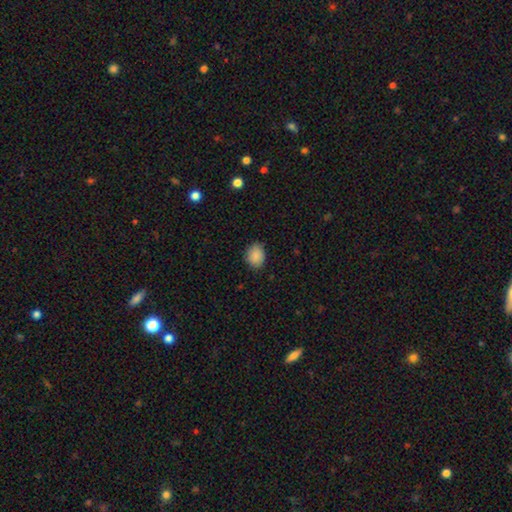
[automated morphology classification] smooth-or-featured: smooth: 89% | star or artifact: 8% | featured or disk: 3%
  how-rounded: in between: 52% | round: 47% | cigar-shaped: 1%
  merging: none: 82% | minor disturbance: 15% | major disturbance: 3% | merger: 1%